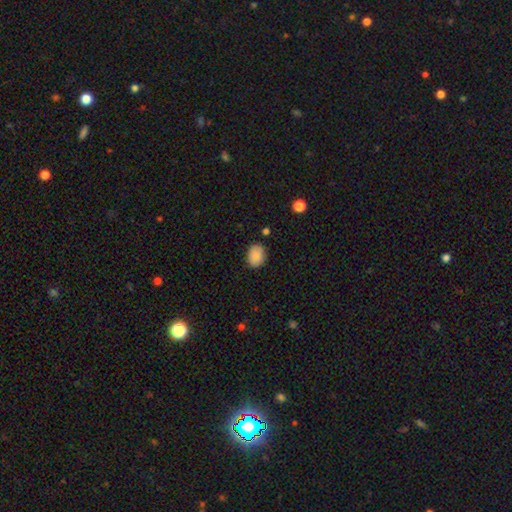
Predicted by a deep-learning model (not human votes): smooth-or-featured: smooth: 87% | star or artifact: 8% | featured or disk: 5%
  how-rounded: in between: 59% | round: 40% | cigar-shaped: 1%
  merging: none: 83% | minor disturbance: 13% | major disturbance: 3% | merger: 2%